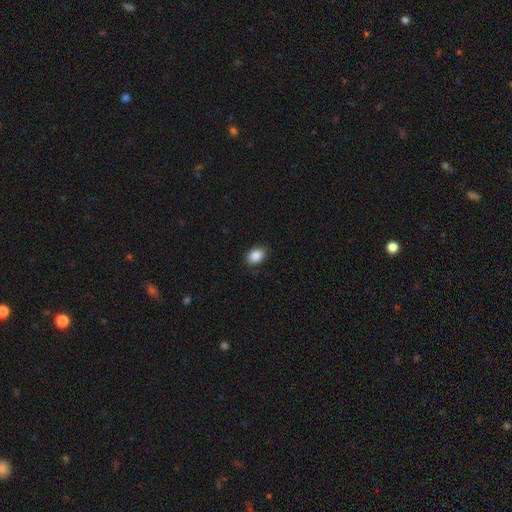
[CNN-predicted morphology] Q: Smooth or featured?
A: smooth (88%); runner-up: star or artifact (8%)
Q: How rounded?
A: in between (79%); runner-up: round (20%)
Q: Merging?
A: none (88%); runner-up: minor disturbance (9%)